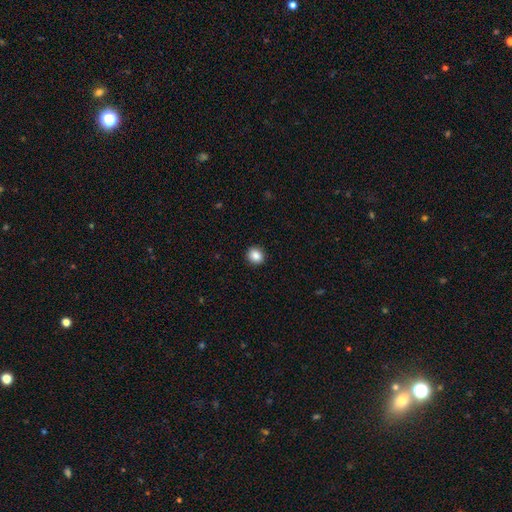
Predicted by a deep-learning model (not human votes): Q: Smooth or featured?
A: smooth (87%); runner-up: star or artifact (9%)
Q: How rounded?
A: round (83%); runner-up: in between (16%)
Q: Merging?
A: none (92%); runner-up: minor disturbance (5%)